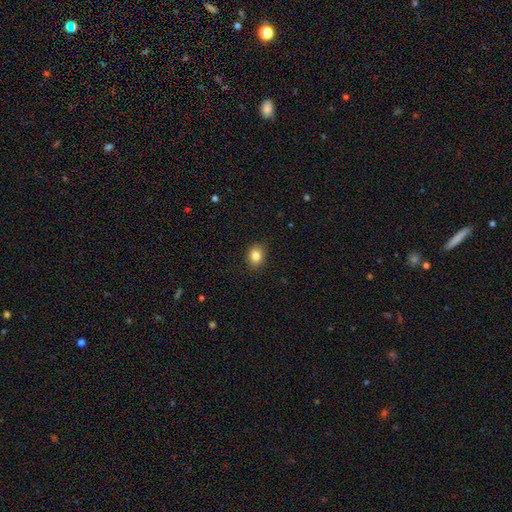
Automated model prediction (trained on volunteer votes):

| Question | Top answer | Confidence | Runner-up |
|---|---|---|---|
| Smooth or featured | smooth | 84% | star or artifact (10%) |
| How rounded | round | 51% | in between (48%) |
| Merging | none | 88% | minor disturbance (9%) |